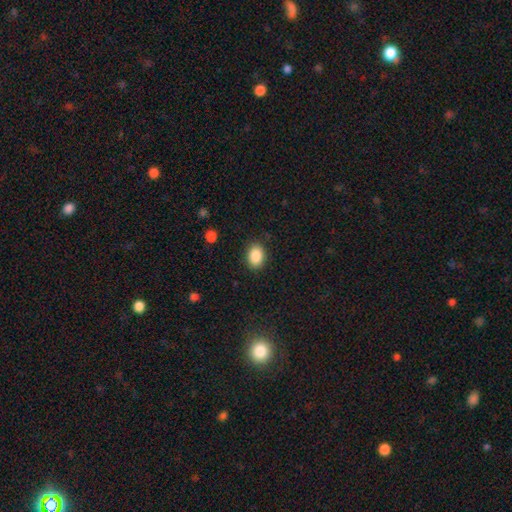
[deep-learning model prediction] A smooth galaxy with no disk features (88%) that is in between round and cigar-shaped (75%). Merging: none (87%).